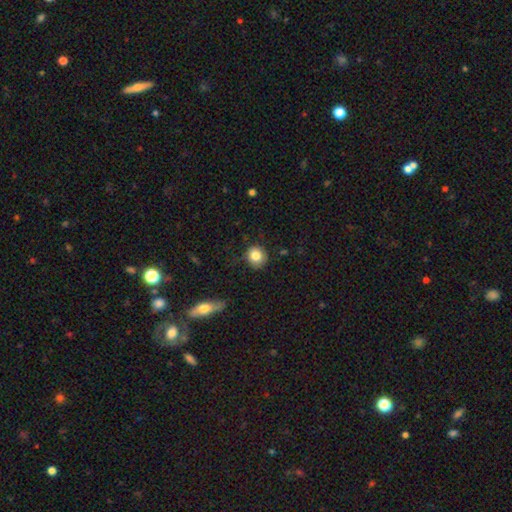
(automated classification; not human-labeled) A smooth galaxy with no disk features (82%) that is round (86%).

Vote fractions:
- Smooth or featured? smooth: 82% / star or artifact: 9% / featured or disk: 8%
- How rounded? round: 86% / in between: 13% / cigar-shaped: 1%
- Merging? none: 80% / minor disturbance: 15% / major disturbance: 3% / merger: 2%